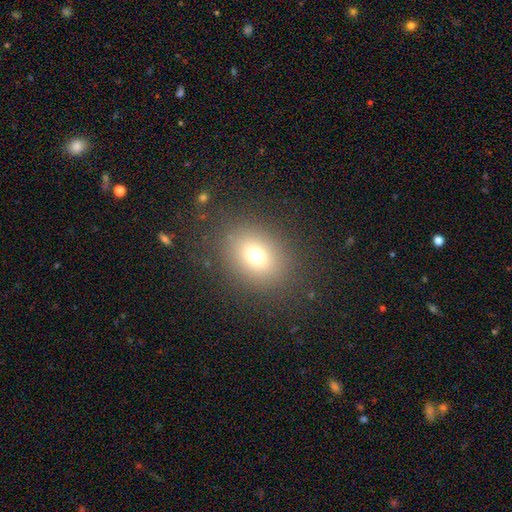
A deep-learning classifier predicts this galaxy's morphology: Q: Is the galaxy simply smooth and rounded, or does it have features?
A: smooth — 71%.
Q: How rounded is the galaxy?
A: round — 53%.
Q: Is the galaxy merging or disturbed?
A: none — 84%.